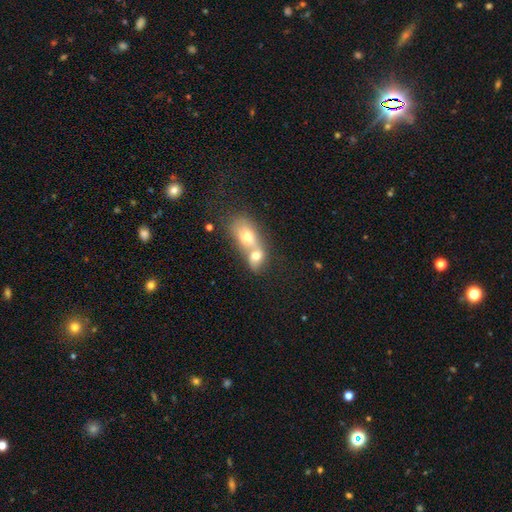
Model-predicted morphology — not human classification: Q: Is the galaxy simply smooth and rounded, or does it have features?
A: smooth — 68%.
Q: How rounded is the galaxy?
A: in between — 63%.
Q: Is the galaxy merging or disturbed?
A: merger — 78%.